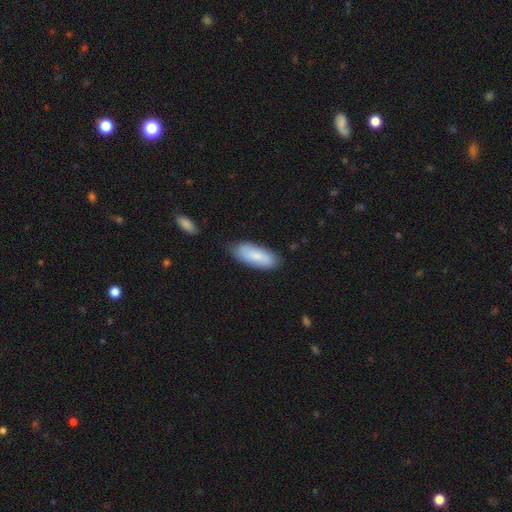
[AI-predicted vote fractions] Overall: smooth (82%). How rounded: in between (73%). Merging: none (77%).